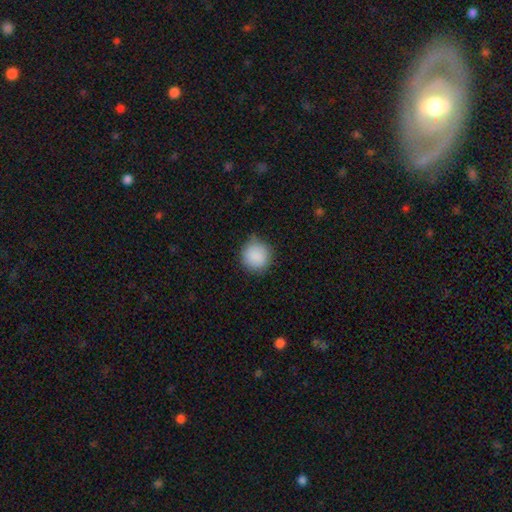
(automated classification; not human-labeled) This appears to be a smooth galaxy with no disk features (88%) that is round (92%). Merging: none (77%).